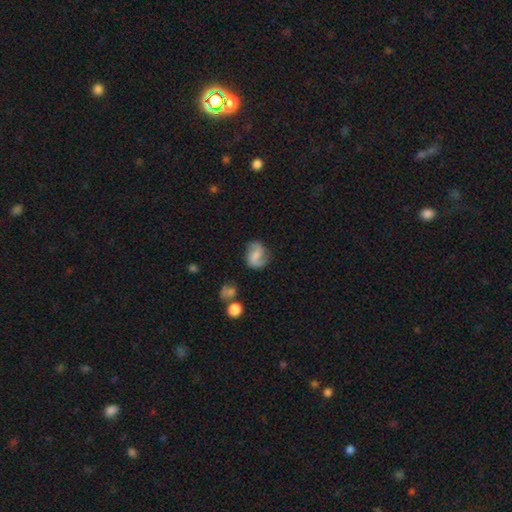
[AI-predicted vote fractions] Smooth or featured? featured or disk (60%)
Edge-on disk? no (97%)
Bar? weak (49%)
Spiral arms? yes (91%)
Spiral winding? loose (47%)
Spiral arm count? 2 (85%)
Bulge size? small (36%)
Merging? none (70%)